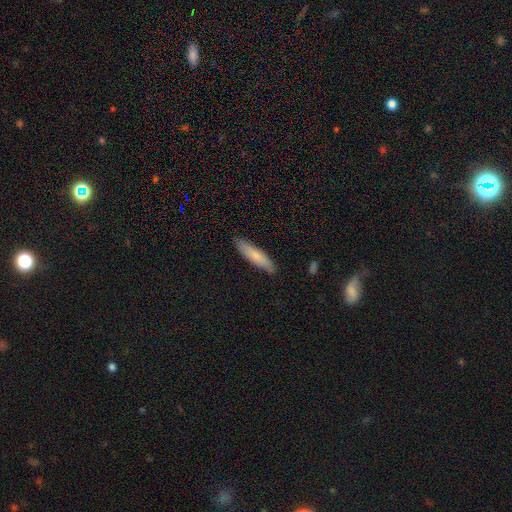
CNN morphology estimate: Smooth or featured?
  - smooth: 77% *
  - featured or disk: 17%
  - star or artifact: 5%
How rounded?
  - cigar-shaped: 78% *
  - in between: 20%
  - round: 1%
Merging?
  - none: 87% *
  - minor disturbance: 10%
  - major disturbance: 2%
  - merger: 1%